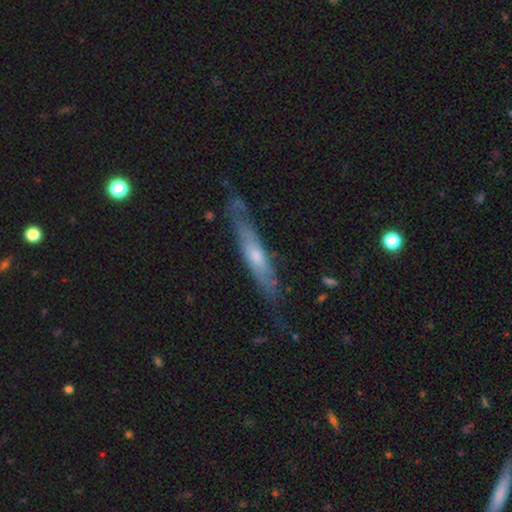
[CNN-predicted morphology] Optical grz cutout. It shows a featured or disk galaxy (65%) viewed edge-on (76%). Merging: none (72%).